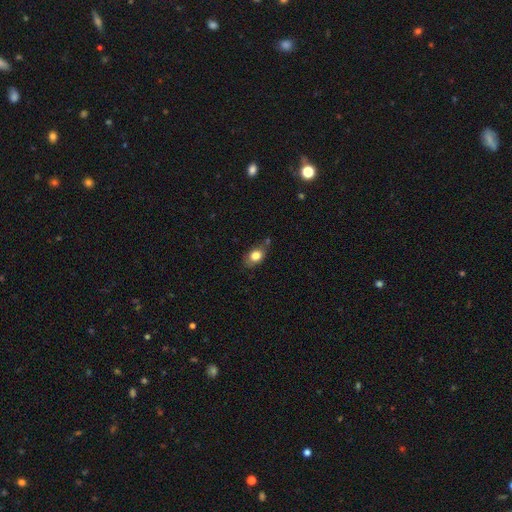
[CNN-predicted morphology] smooth-or-featured: smooth: 79% | featured or disk: 12% | star or artifact: 9%
  how-rounded: in between: 74% | round: 23% | cigar-shaped: 2%
  merging: none: 64% | minor disturbance: 25% | merger: 6% | major disturbance: 5%